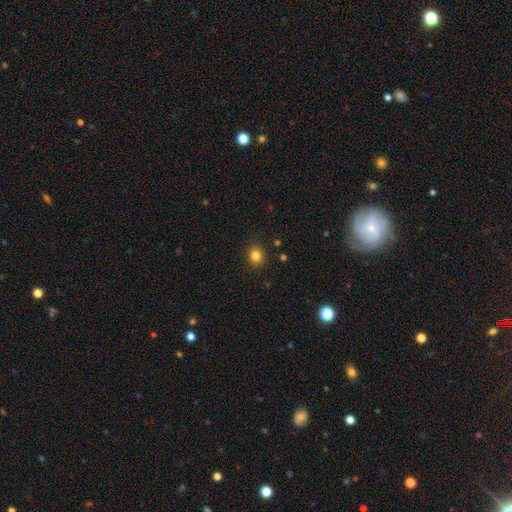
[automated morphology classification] smooth_or_featured: smooth (p=0.83) [alt: star or artifact p=0.12]
how_rounded: round (p=0.73) [alt: in between p=0.26]
merging: none (p=0.89) [alt: minor disturbance p=0.07]